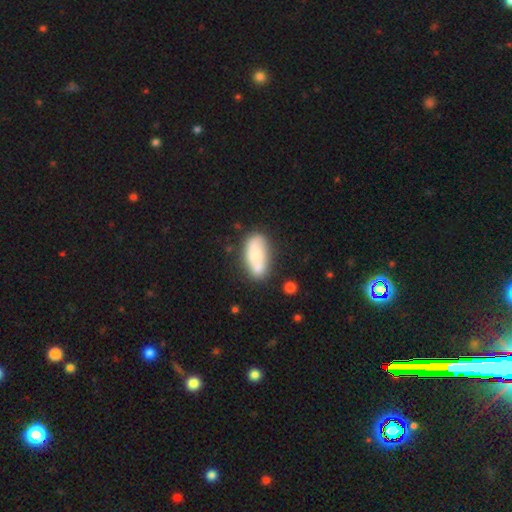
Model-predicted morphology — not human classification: Smooth or featured?
  - smooth: 67% *
  - featured or disk: 26%
  - star or artifact: 7%
How rounded?
  - in between: 85% *
  - cigar-shaped: 12%
  - round: 3%
Merging?
  - none: 49% *
  - merger: 22%
  - minor disturbance: 21%
  - major disturbance: 8%